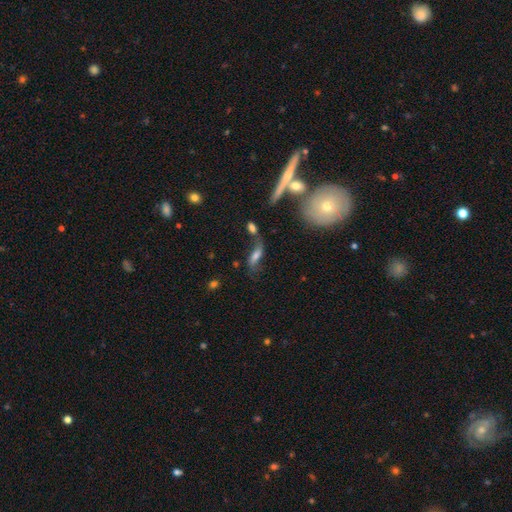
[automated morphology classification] A featured or disk galaxy (44%).

Vote fractions:
- Smooth or featured? featured or disk: 44% / smooth: 43% / star or artifact: 13%
- Merging? none: 44% / merger: 20% / minor disturbance: 20% / major disturbance: 17%